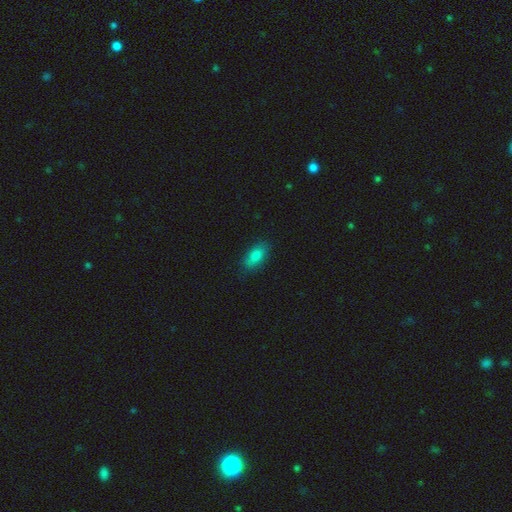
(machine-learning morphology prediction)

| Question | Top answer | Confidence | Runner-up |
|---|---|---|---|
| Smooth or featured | smooth | 84% | featured or disk (8%) |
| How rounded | in between | 87% | cigar-shaped (9%) |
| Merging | none | 80% | minor disturbance (15%) |